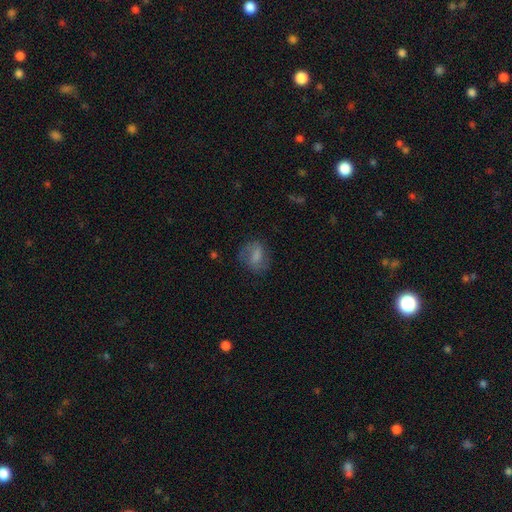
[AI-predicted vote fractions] This is likely a smooth galaxy (62%). How rounded: possibly in between (57%). Merging: likely none (68%).